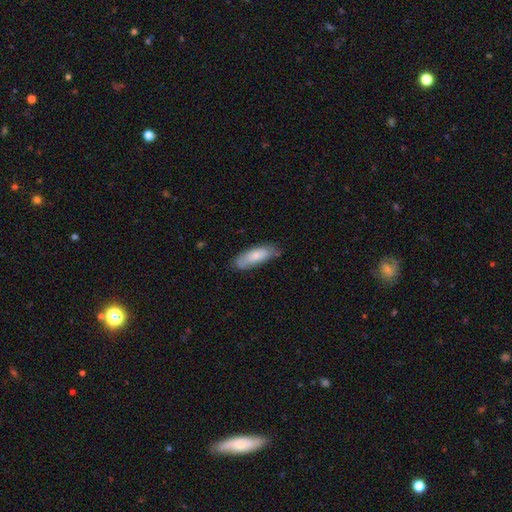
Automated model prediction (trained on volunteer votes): smooth 72%, featured or disk 22%, star or artifact 6%. Down the decision tree: how rounded — in between (62%); merging — none (69%).